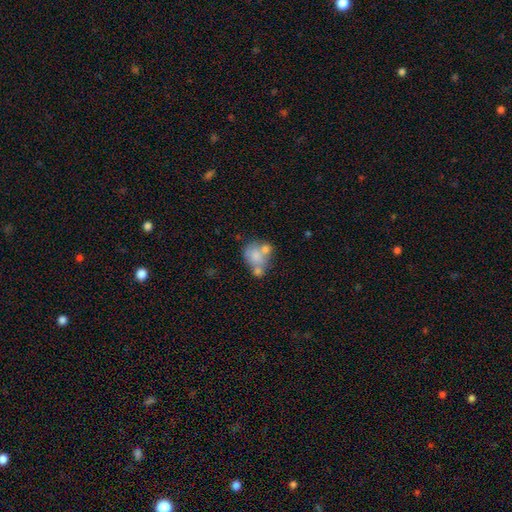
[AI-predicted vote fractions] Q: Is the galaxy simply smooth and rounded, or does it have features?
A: smooth — 62%.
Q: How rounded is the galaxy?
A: round — 51%.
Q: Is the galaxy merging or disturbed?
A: merger — 51%.